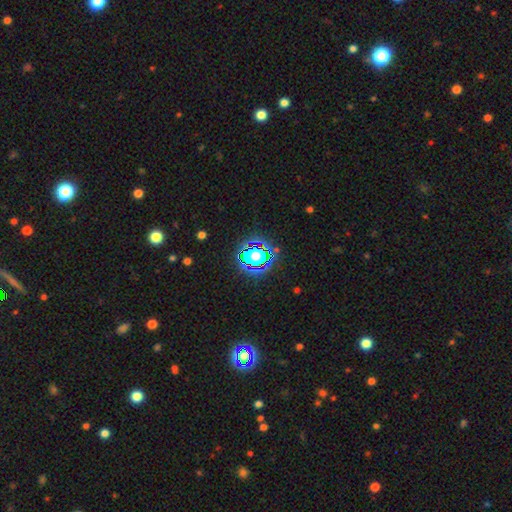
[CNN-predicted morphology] star or artifact 59%, smooth 28%, featured or disk 13%.